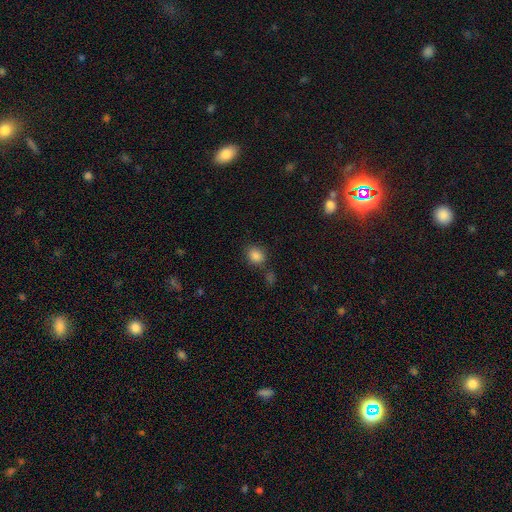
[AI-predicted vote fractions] The model was most divided on "how rounded": round: 62%, in between: 37%, cigar-shaped: 1%. More confident: smooth or featured — smooth (84%); merging — none (74%).